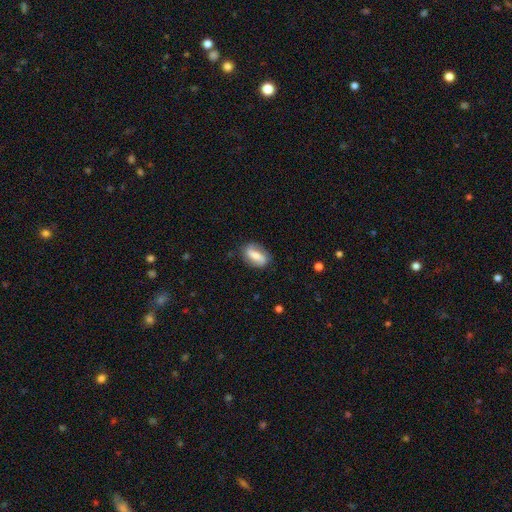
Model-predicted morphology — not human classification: Smooth or featured: featured or disk — 47% (smooth — 46%)
Merging: none — 77% (minor disturbance — 17%)